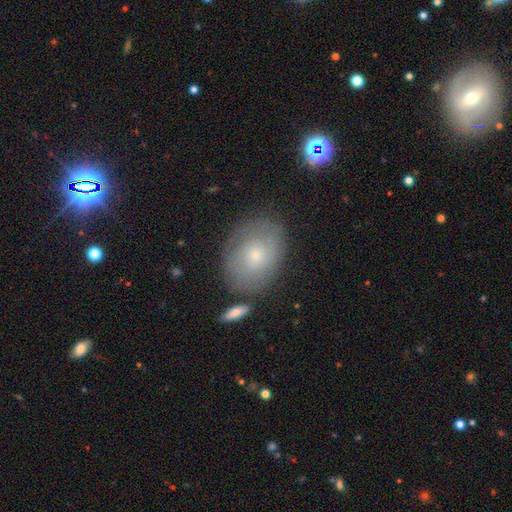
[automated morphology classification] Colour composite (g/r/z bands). It shows a featured or disk galaxy (46%, tied with smooth). Merging: none (74%).